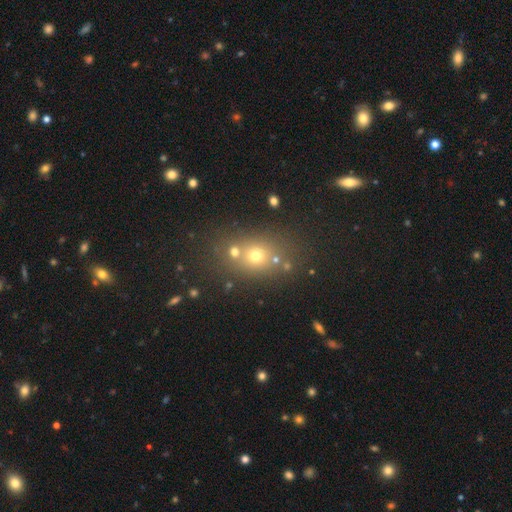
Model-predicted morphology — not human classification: smooth_or_featured: smooth (p=0.61) [alt: star or artifact p=0.24]
how_rounded: round (p=0.56) [alt: in between p=0.42]
merging: none (p=0.67) [alt: merger p=0.18]